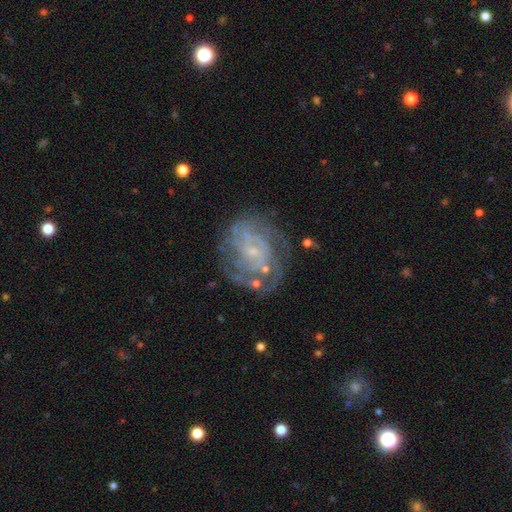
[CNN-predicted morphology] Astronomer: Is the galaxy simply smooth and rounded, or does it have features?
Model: featured or disk — 74%.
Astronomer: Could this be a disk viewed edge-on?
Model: no — 97%.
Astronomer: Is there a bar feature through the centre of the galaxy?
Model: no — 58% (runner-up: weak, 34%).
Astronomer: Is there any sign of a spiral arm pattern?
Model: yes — 83%.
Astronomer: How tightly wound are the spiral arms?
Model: tight — 57%.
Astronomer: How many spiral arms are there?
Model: can't tell — 47%.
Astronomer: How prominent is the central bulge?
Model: small — 75%.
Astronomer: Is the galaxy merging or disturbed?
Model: none — 68%.